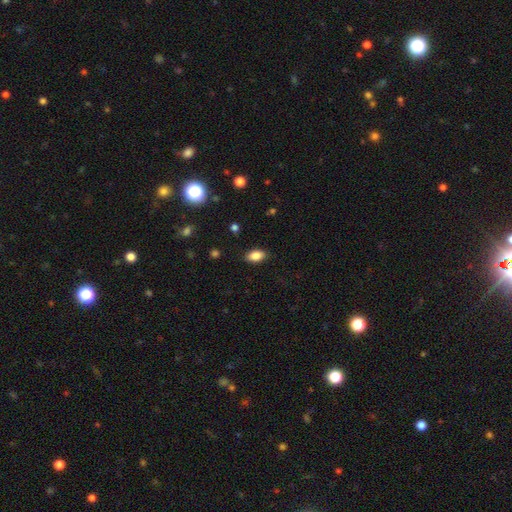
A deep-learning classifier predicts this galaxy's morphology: This is clearly a smooth galaxy (85%). How rounded: clearly in between (89%). Merging: clearly none (86%).